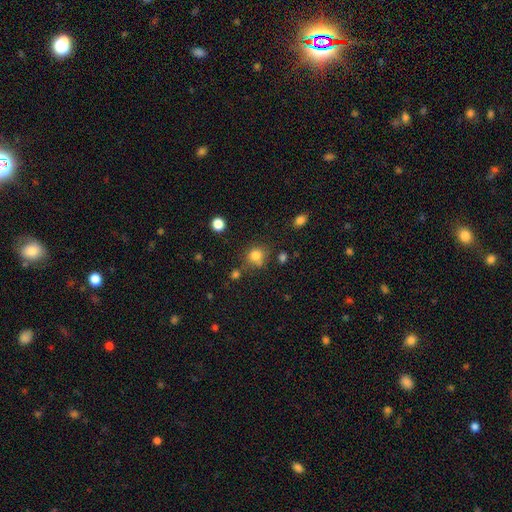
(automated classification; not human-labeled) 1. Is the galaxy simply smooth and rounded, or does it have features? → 79% smooth, 13% star or artifact, 7% featured or disk.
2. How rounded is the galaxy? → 82% round, 17% in between, 1% cigar-shaped.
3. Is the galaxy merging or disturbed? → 65% none, 17% minor disturbance, 12% merger, 6% major disturbance.